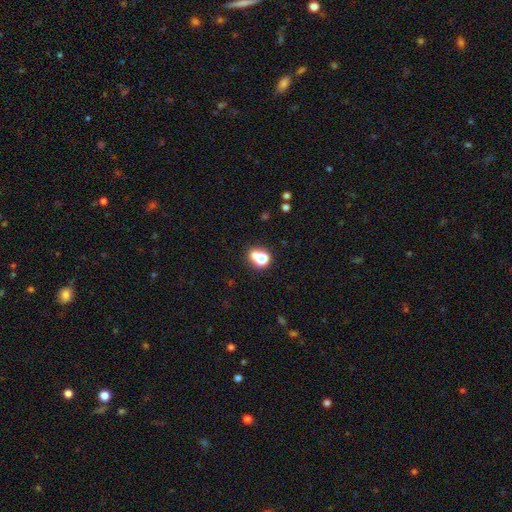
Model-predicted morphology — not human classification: Overall: smooth (67%). How rounded: round (65%; in between 34%). Merging: merger (45%; none 40%).